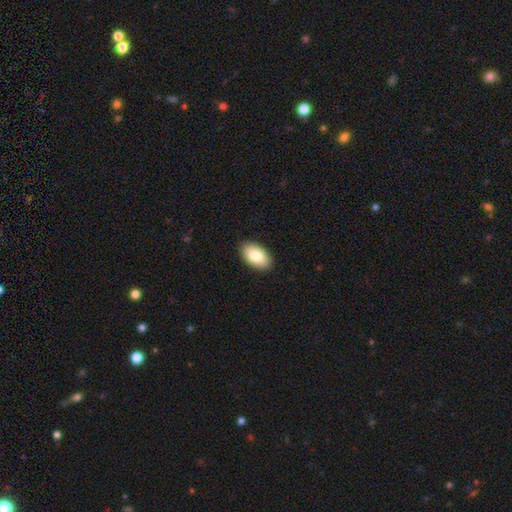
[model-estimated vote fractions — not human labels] This appears to be a smooth galaxy with no disk features (85%) that is in between round and cigar-shaped (95%). Merging: none (90%).